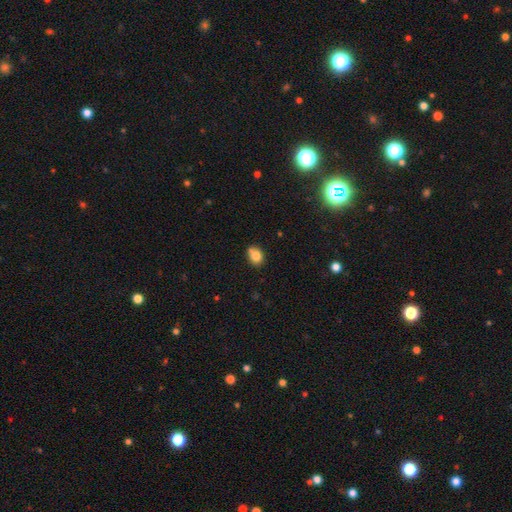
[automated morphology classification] Q: Smooth or featured?
A: smooth (80%); runner-up: star or artifact (10%)
Q: How rounded?
A: round (53%); runner-up: in between (46%)
Q: Merging?
A: none (62%); runner-up: minor disturbance (18%)